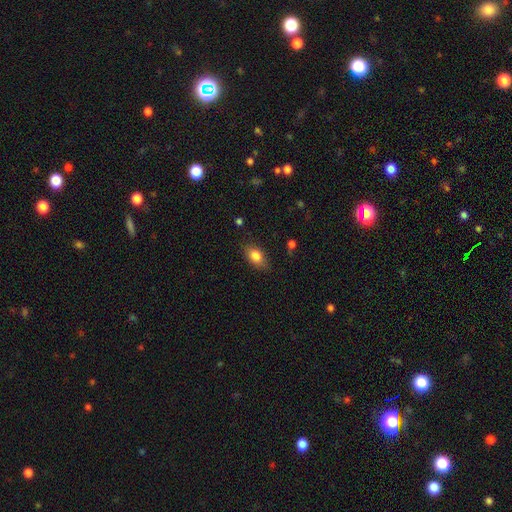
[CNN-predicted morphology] This appears to be a smooth galaxy with no disk features (81%) that is in between round and cigar-shaped (84%). Merging: none (79%).